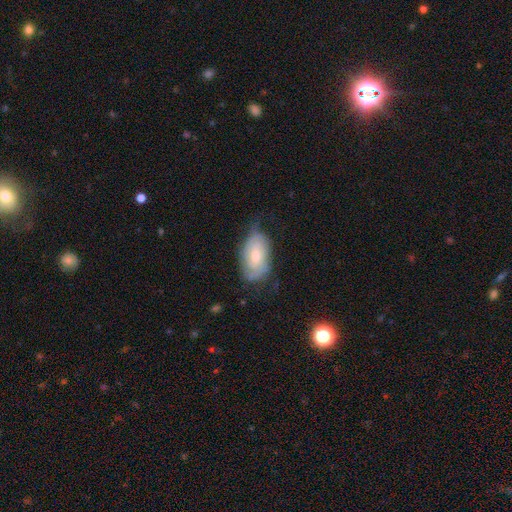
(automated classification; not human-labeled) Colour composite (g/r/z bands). It shows a featured or disk galaxy (53%). Merging: none (56%).